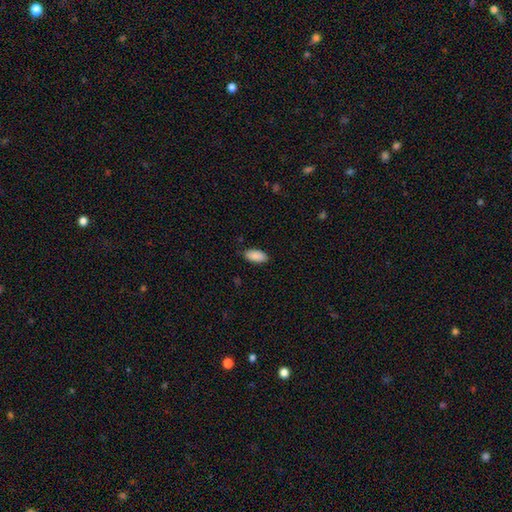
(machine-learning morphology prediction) type=smooth (90%); roundness=in between (92%); merging=none (86%).